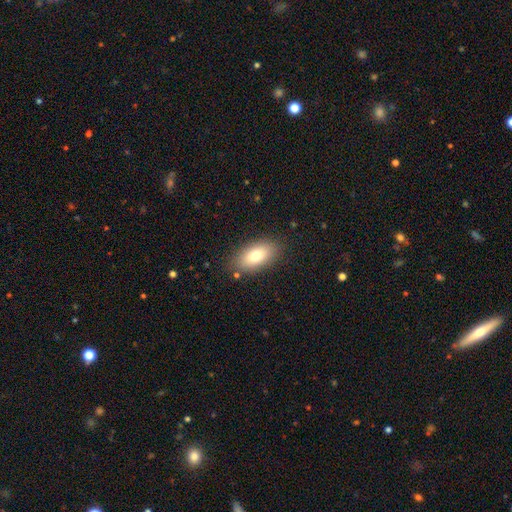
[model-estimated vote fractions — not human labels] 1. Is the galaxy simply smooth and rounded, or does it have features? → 79% smooth, 14% featured or disk, 8% star or artifact.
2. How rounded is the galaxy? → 89% in between, 7% cigar-shaped, 4% round.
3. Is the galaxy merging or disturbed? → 84% none, 11% minor disturbance, 3% major disturbance, 2% merger.